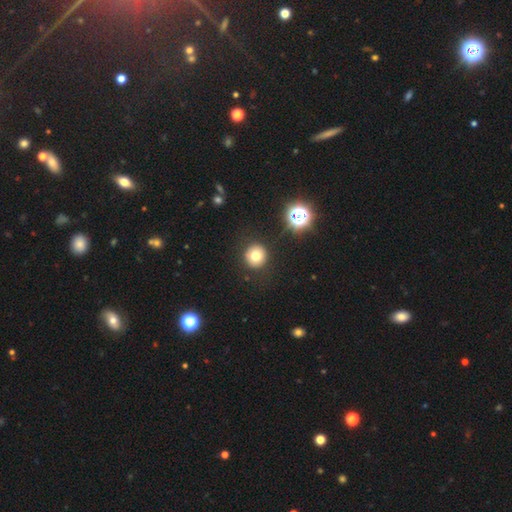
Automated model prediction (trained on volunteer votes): This appears to be a smooth galaxy with no disk features (75%) that is round (91%). Merging: none (89%).